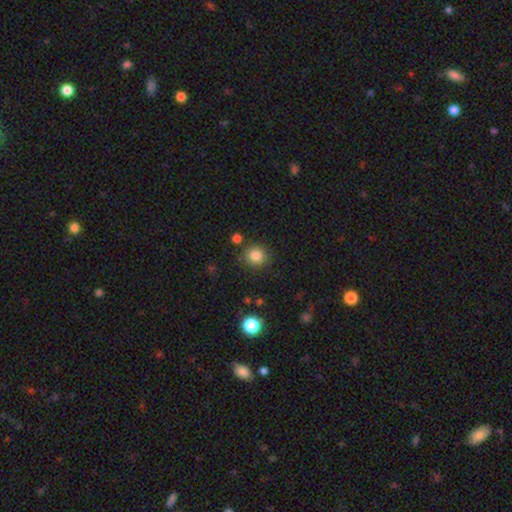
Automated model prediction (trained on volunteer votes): The model was most divided on "smooth or featured": smooth: 84%, star or artifact: 11%, featured or disk: 5%. More confident: how rounded — round (90%); merging — none (84%).